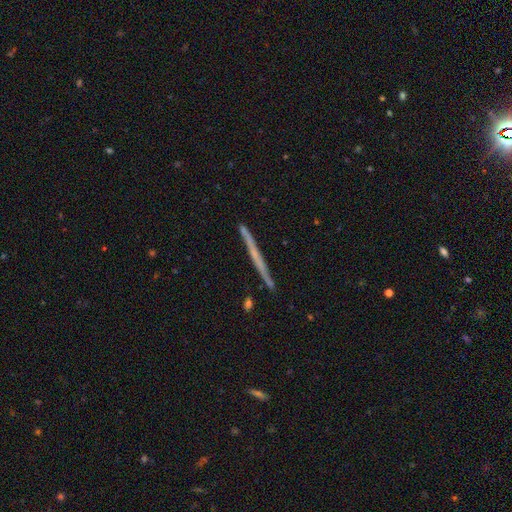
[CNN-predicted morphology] This is likely a featured or disk galaxy (61%). It is clearly viewed edge-on (98%). Edge-on bulge: clearly none (82%). Merging: clearly none (90%).